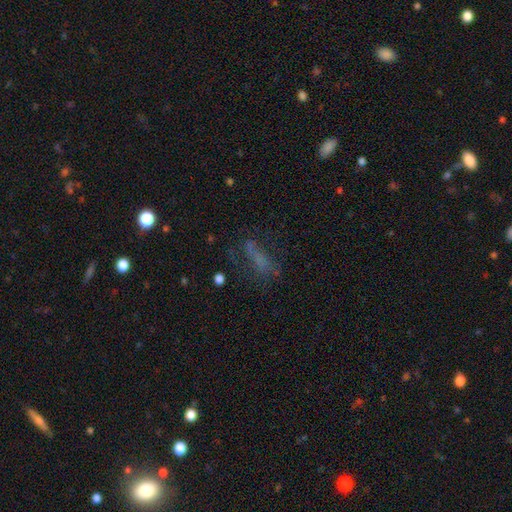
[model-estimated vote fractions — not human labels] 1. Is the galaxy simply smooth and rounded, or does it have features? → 42% smooth, 31% featured or disk, 28% star or artifact.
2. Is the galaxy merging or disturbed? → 51% none, 24% major disturbance, 21% minor disturbance, 4% merger.